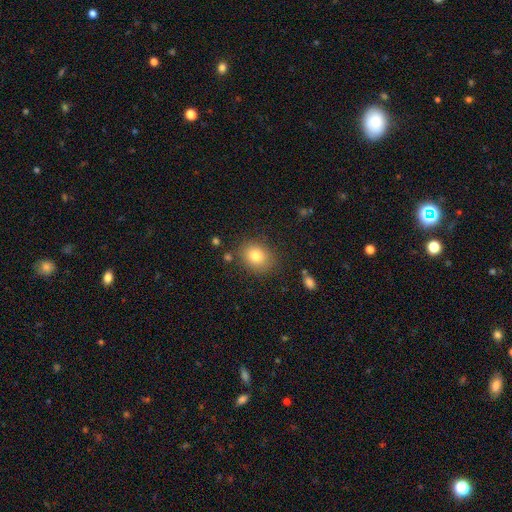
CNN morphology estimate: Smooth or featured: smooth — 79% (star or artifact — 11%)
How rounded: round — 60% (in between — 39%)
Merging: none — 82% (minor disturbance — 12%)